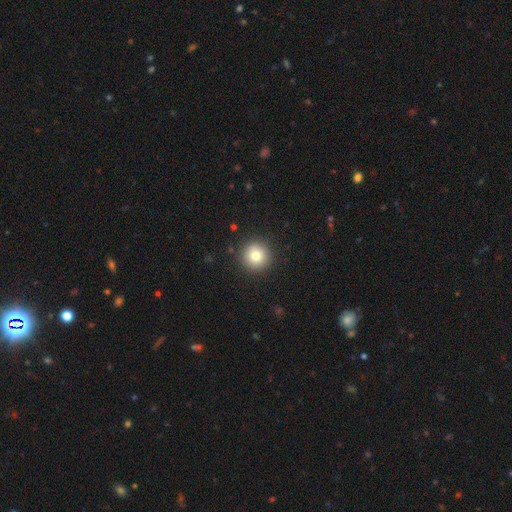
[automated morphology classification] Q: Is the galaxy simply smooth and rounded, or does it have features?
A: smooth — 80%.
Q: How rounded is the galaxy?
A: round — 95%.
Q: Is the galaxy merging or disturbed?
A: none — 90%.